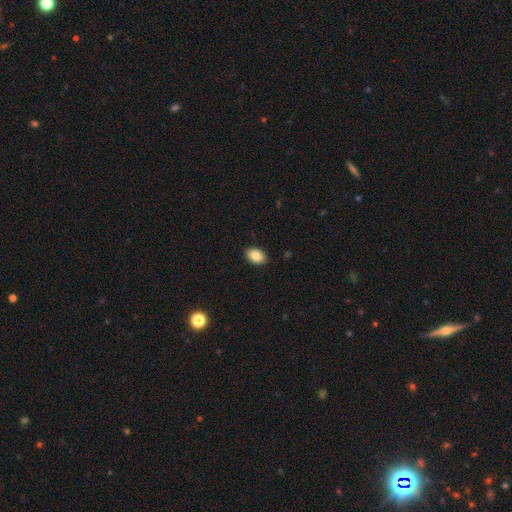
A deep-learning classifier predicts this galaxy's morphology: Overall: smooth (86%). How rounded: in between (83%). Merging: none (90%).